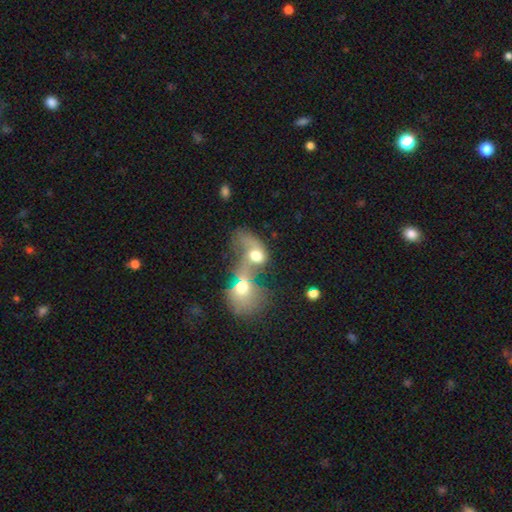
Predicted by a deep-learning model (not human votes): smooth 52%, featured or disk 36%, star or artifact 12%. Down the decision tree: how rounded — in between (63%); merging — merger (80%).